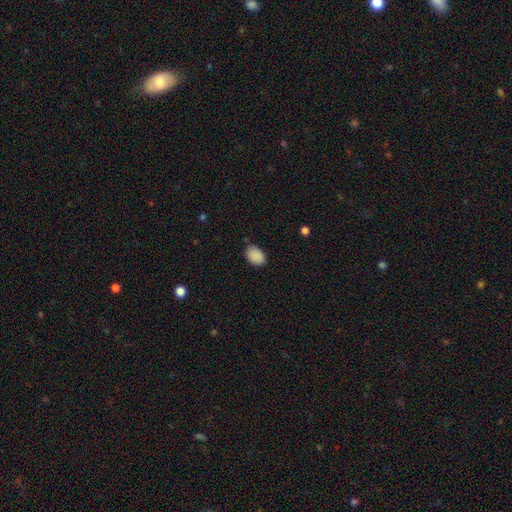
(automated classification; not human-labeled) smooth_or_featured: smooth (p=0.89) [alt: star or artifact p=0.08]
how_rounded: in between (p=0.83) [alt: round p=0.16]
merging: none (p=0.76) [alt: minor disturbance p=0.20]